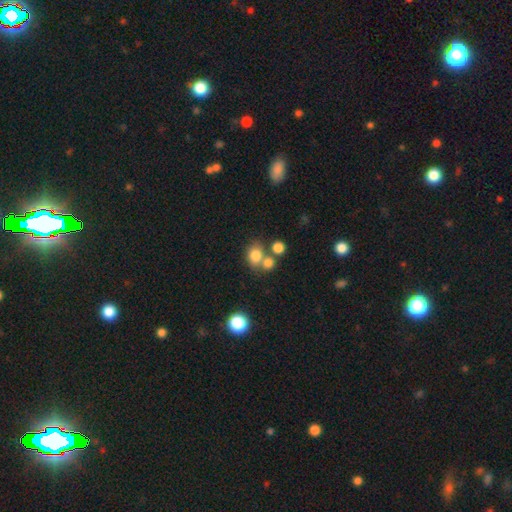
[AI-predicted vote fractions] Smooth or featured: smooth — 78% (star or artifact — 13%)
How rounded: round — 62% (in between — 37%)
Merging: none — 50% (merger — 34%)